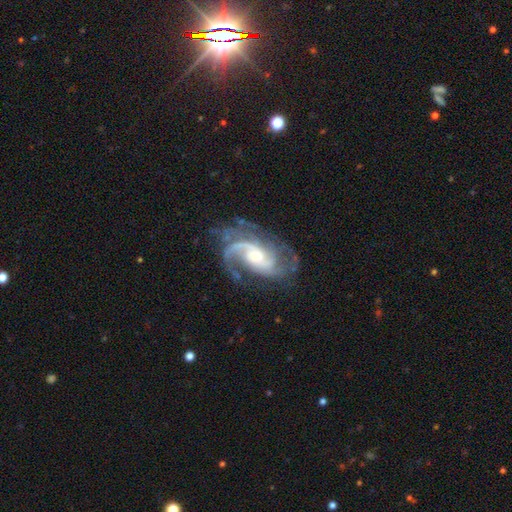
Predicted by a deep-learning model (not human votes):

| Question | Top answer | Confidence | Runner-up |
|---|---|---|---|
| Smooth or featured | featured or disk | 91% | star or artifact (5%) |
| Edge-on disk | no | 97% | yes (3%) |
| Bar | no | 51% | weak (37%) |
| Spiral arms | yes | 98% | no (2%) |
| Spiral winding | medium | 53% | tight (24%) |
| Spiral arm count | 2 | 51% | 3 (22%) |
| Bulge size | moderate | 40% | small (24%) |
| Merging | none | 65% | minor disturbance (18%) |